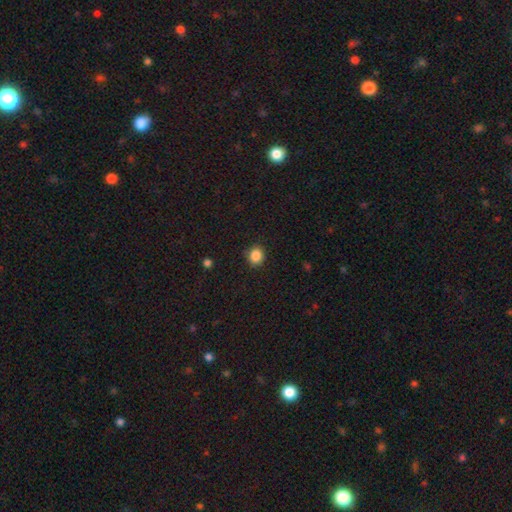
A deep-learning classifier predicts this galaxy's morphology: A smooth galaxy with no disk features (86%) that is round (76%).

Vote fractions:
- Smooth or featured? smooth: 86% / star or artifact: 10% / featured or disk: 4%
- How rounded? round: 76% / in between: 23% / cigar-shaped: 1%
- Merging? none: 88% / minor disturbance: 9% / major disturbance: 2% / merger: 1%